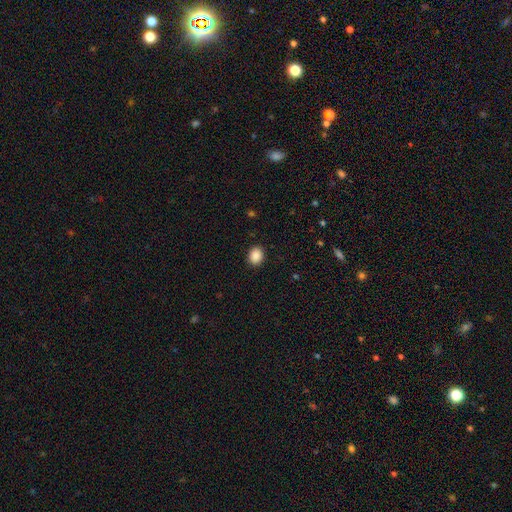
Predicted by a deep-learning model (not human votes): smooth 89%, star or artifact 9%, featured or disk 3%. Down the decision tree: how rounded — in between (50%); merging — none (90%).